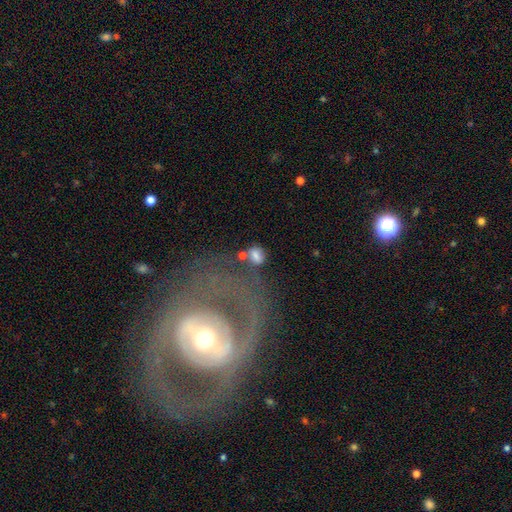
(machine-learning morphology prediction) smooth 67%, featured or disk 20%, star or artifact 13%. Down the decision tree: how rounded — in between (64%); merging — none (49%).